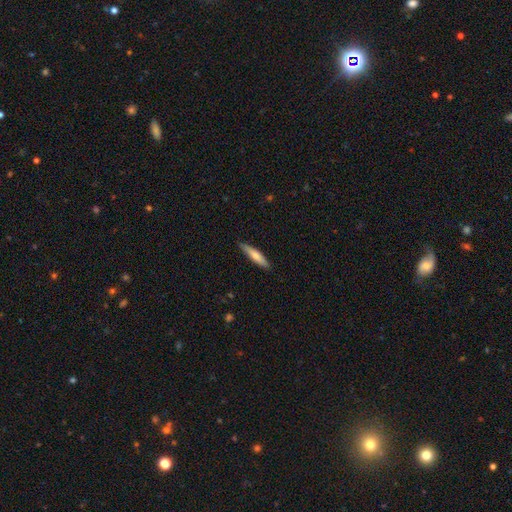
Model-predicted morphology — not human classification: smooth-or-featured: smooth: 66% | featured or disk: 28% | star or artifact: 5%
  how-rounded: cigar-shaped: 86% | in between: 13% | round: 1%
  merging: none: 87% | minor disturbance: 10% | major disturbance: 2% | merger: 1%